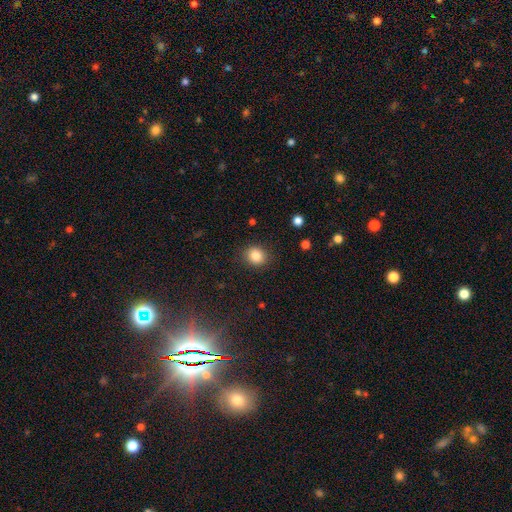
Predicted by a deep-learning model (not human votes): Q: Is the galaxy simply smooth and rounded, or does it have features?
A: smooth — 85%.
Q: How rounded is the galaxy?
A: round — 71%.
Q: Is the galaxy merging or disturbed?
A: none — 88%.